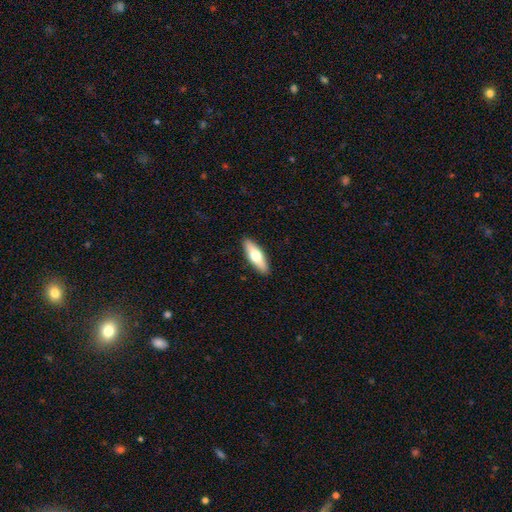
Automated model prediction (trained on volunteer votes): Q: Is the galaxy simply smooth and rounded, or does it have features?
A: smooth — 59%.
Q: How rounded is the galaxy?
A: cigar-shaped — 49%.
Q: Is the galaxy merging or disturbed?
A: none — 90%.